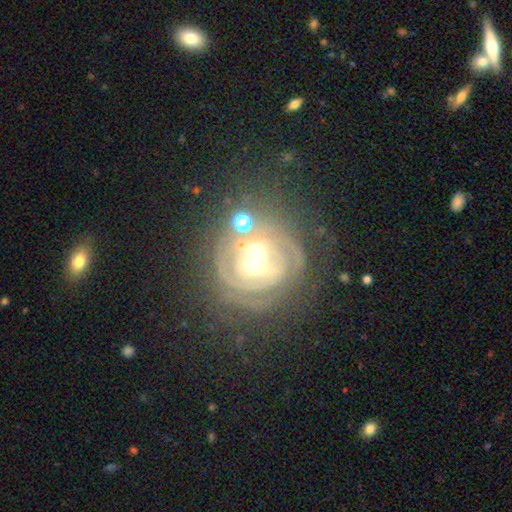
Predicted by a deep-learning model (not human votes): Smooth or featured? Predicted: featured or disk (p=0.70). Edge-on disk? Predicted: no (p=0.96). Bar? Predicted: no (p=0.51). Spiral arms? Predicted: yes (p=0.68). Bulge size? Predicted: moderate (p=0.64). Merging? Predicted: none (p=0.46).